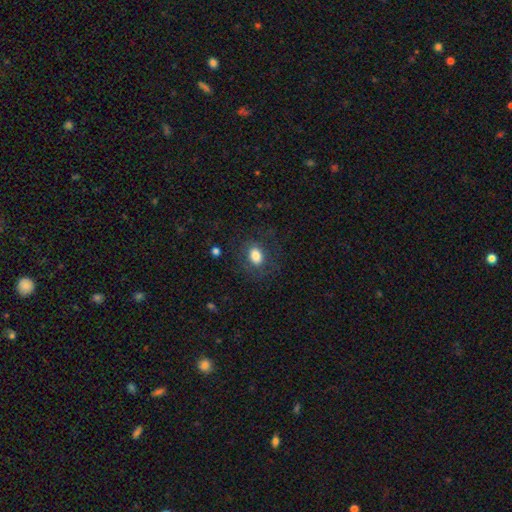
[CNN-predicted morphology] Q: Smooth or featured?
A: smooth (78%); runner-up: featured or disk (12%)
Q: How rounded?
A: in between (65%); runner-up: round (33%)
Q: Merging?
A: none (75%); runner-up: minor disturbance (15%)